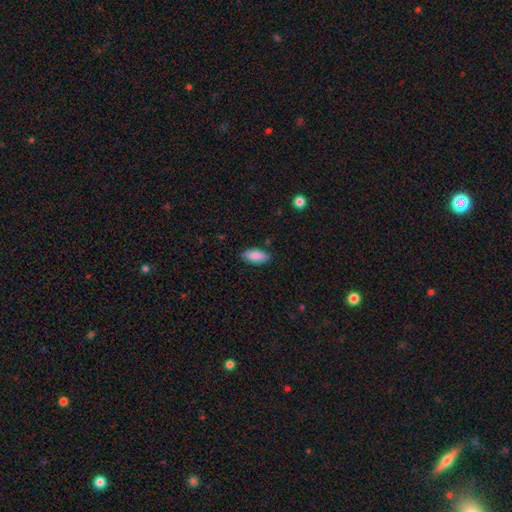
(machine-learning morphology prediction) smooth 88%, star or artifact 6%, featured or disk 6%. Down the decision tree: how rounded — in between (86%); merging — none (86%).